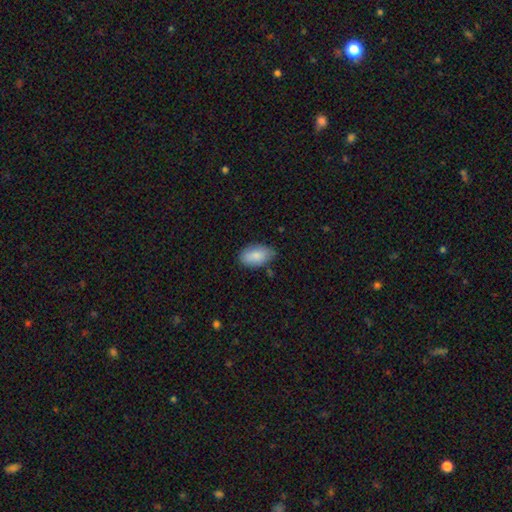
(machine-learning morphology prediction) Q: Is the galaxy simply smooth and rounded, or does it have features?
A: smooth — 84%.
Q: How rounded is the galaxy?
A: in between — 93%.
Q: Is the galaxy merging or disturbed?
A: none — 73%.